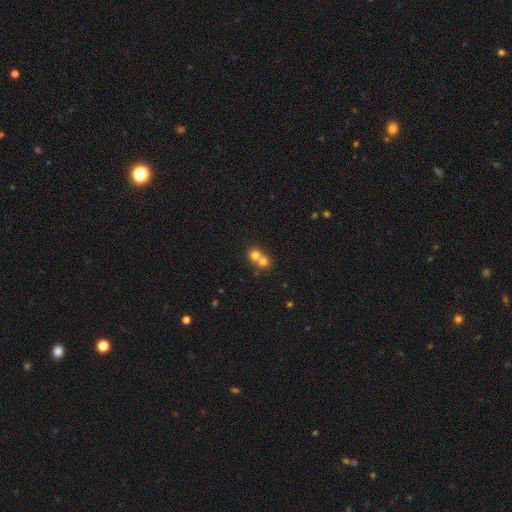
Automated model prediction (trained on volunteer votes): Q: Smooth or featured?
A: smooth (73%); runner-up: featured or disk (14%)
Q: How rounded?
A: round (84%); runner-up: in between (15%)
Q: Merging?
A: merger (61%); runner-up: none (33%)